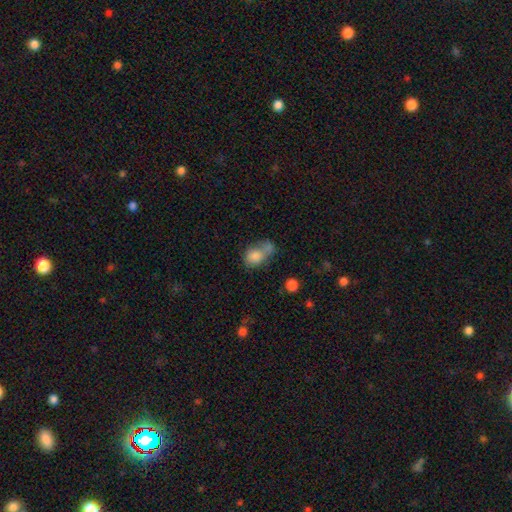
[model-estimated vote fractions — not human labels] Overall: smooth (78%). How rounded: in between (59%; round 40%). Merging: merger (48%; none 28%).